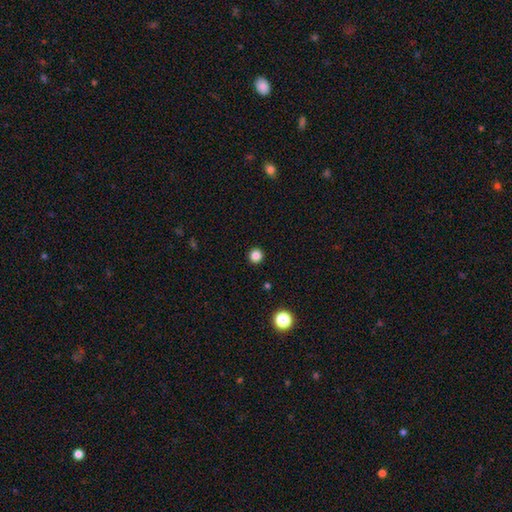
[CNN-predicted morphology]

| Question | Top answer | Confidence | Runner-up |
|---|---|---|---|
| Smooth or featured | smooth | 84% | star or artifact (13%) |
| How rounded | round | 95% | in between (4%) |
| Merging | none | 94% | minor disturbance (4%) |